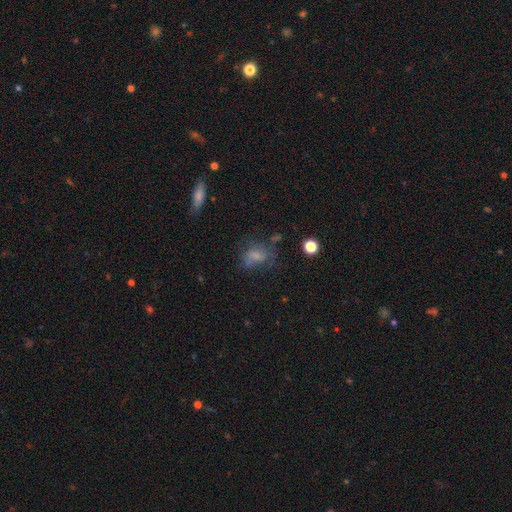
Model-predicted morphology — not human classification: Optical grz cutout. It shows a smooth galaxy with no disk features (60%) that is in between round and cigar-shaped (69%). Merging: none (45%).